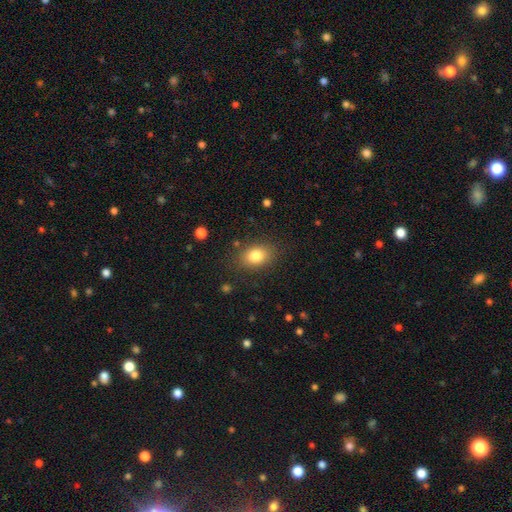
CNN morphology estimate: The model was most divided on "how rounded": in between: 74%, round: 25%, cigar-shaped: 1%. More confident: merging — none (83%); smooth or featured — smooth (80%).